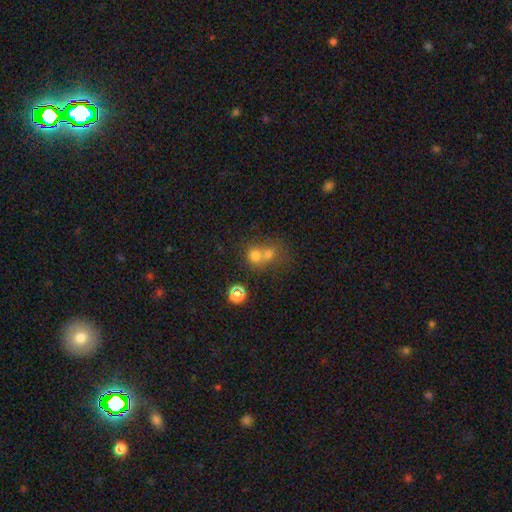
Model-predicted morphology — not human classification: Smooth or featured: smooth — 69% (star or artifact — 16%)
How rounded: round — 79% (in between — 20%)
Merging: merger — 59% (none — 32%)